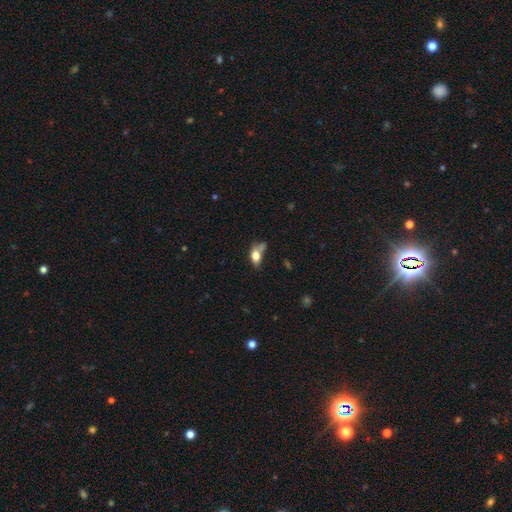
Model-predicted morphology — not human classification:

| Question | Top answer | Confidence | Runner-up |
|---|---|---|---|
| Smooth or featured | smooth | 68% | featured or disk (22%) |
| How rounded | in between | 79% | cigar-shaped (11%) |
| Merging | none | 34% | minor disturbance (24%) |